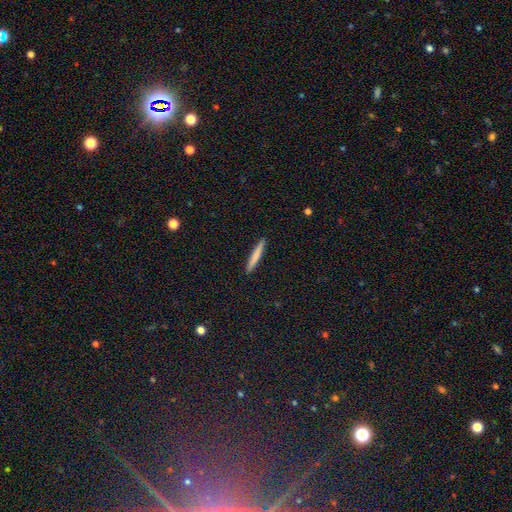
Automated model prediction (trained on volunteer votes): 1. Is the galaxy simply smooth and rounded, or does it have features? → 75% smooth, 19% featured or disk, 6% star or artifact.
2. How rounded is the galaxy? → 96% cigar-shaped, 3% in between, 1% round.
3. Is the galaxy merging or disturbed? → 92% none, 5% minor disturbance, 1% major disturbance, 1% merger.